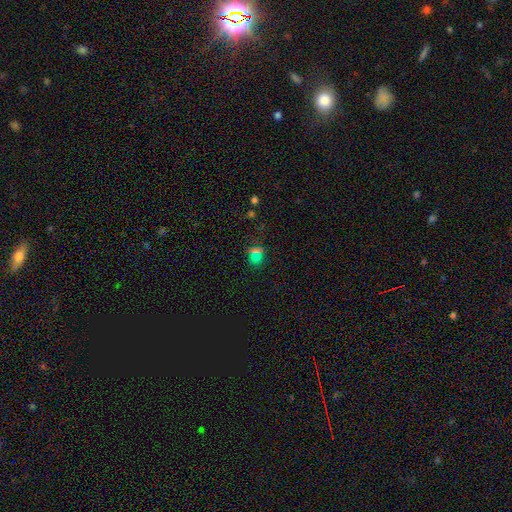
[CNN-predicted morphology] type=smooth (57%); roundness=round (67%); merging=none (73%).